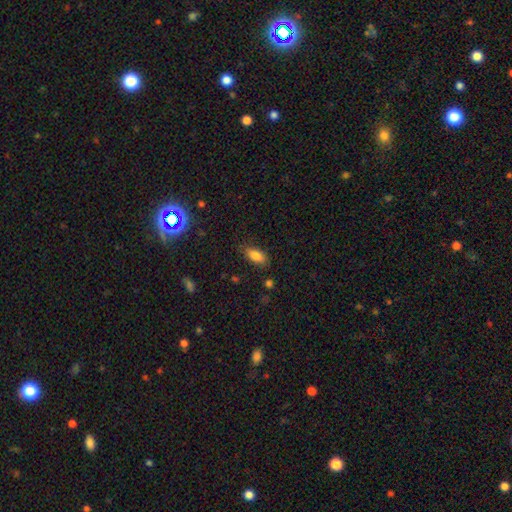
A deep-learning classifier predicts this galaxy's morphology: smooth 83%, star or artifact 9%, featured or disk 8%. Down the decision tree: how rounded — in between (85%); merging — none (81%).